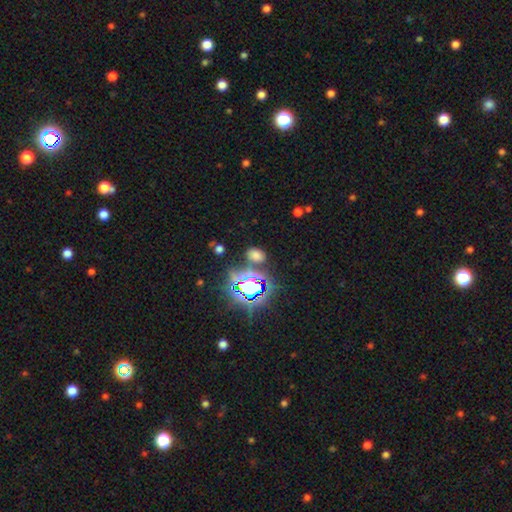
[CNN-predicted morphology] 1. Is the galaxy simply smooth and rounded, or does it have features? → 57% smooth, 35% star or artifact, 8% featured or disk.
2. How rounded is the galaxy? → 81% in between, 17% round, 2% cigar-shaped.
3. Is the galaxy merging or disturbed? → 75% none, 12% minor disturbance, 7% merger, 5% major disturbance.